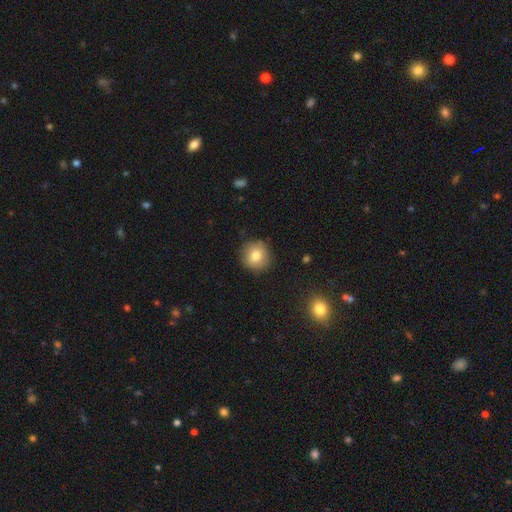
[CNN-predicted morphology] smooth-or-featured: smooth: 80% | featured or disk: 11% | star or artifact: 9%
  how-rounded: round: 93% | in between: 6% | cigar-shaped: 1%
  merging: none: 86% | minor disturbance: 10% | major disturbance: 2% | merger: 1%